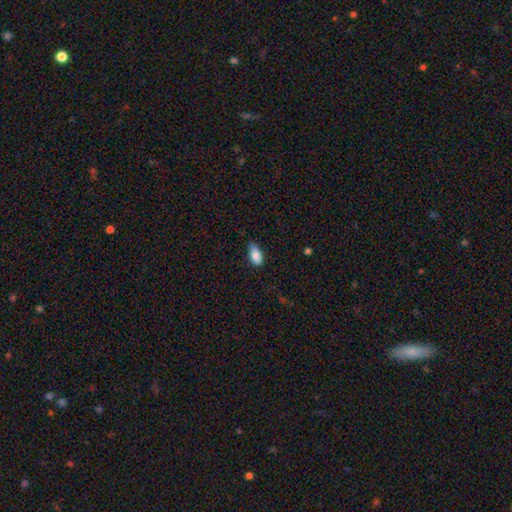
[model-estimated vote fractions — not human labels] The model was most divided on "merging": none: 55%, minor disturbance: 37%, major disturbance: 6%, merger: 2%. More confident: how rounded — in between (91%); smooth or featured — smooth (86%).